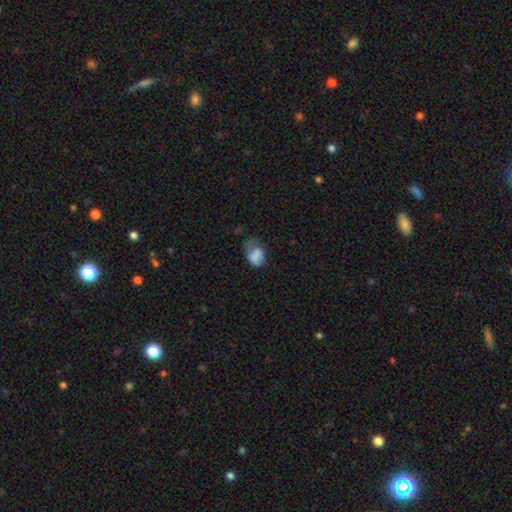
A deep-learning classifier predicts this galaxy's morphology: This appears to be a smooth galaxy with no disk features (62%) that is in between round and cigar-shaped (79%). Merging: major disturbance (45%).